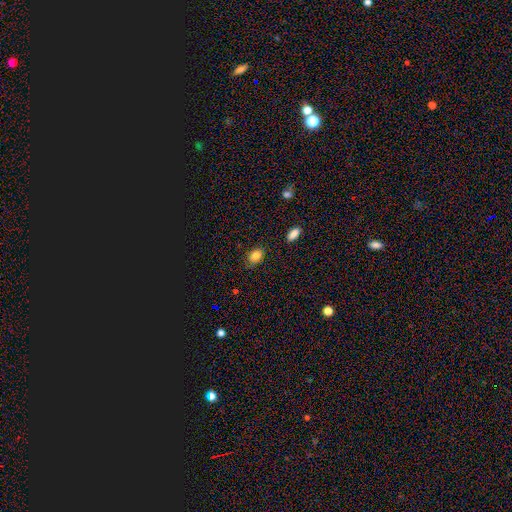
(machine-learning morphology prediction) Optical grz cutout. It shows a smooth galaxy with no disk features (84%) that is in between round and cigar-shaped (80%). Merging: none (82%).